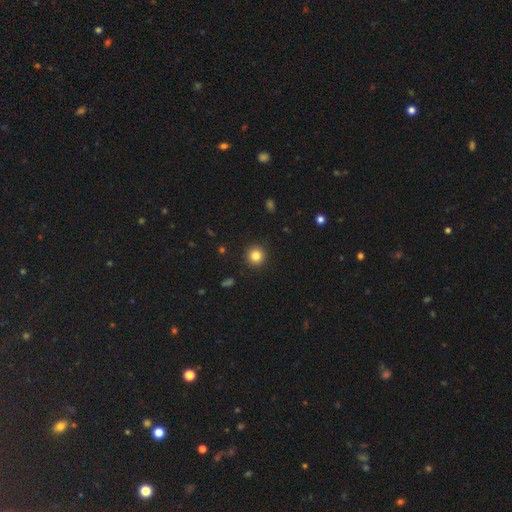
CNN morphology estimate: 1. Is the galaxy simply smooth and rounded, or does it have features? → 83% smooth, 11% star or artifact, 6% featured or disk.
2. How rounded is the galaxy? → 95% round, 4% in between, 1% cigar-shaped.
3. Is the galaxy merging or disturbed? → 92% none, 5% minor disturbance, 2% major disturbance, 1% merger.